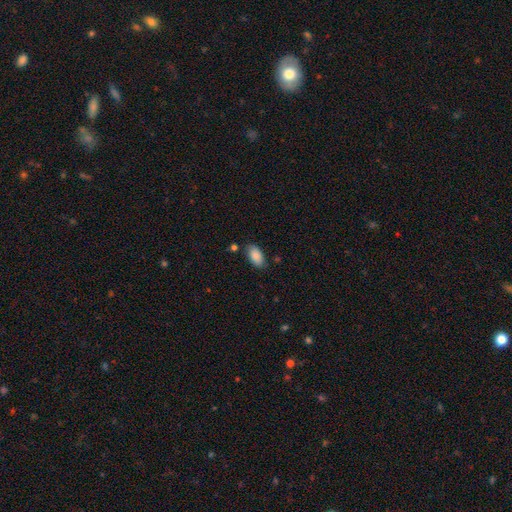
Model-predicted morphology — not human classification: Q: Smooth or featured?
A: smooth (87%); runner-up: star or artifact (7%)
Q: How rounded?
A: in between (94%); runner-up: round (3%)
Q: Merging?
A: none (76%); runner-up: minor disturbance (17%)